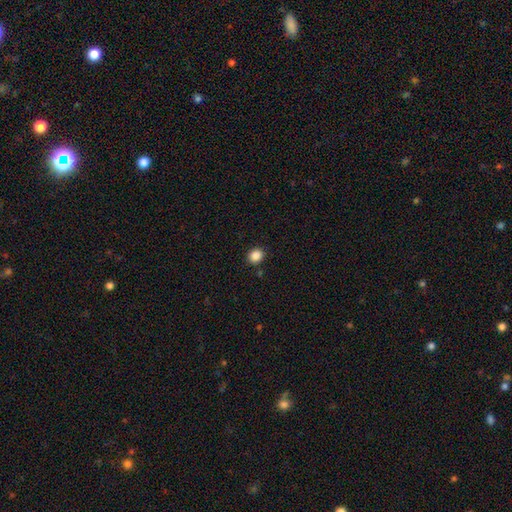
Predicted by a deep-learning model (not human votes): Morphology: type=smooth (87%); roundness=round (68%); merging=none (88%).